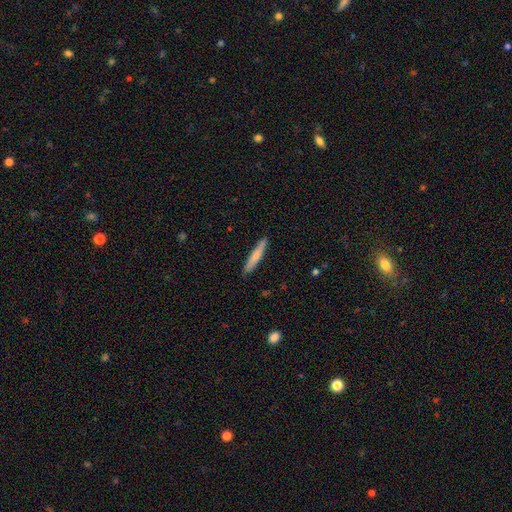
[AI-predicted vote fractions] The model was most divided on "smooth or featured": smooth: 73%, featured or disk: 22%, star or artifact: 5%. More confident: how rounded — cigar-shaped (93%); merging — none (89%).